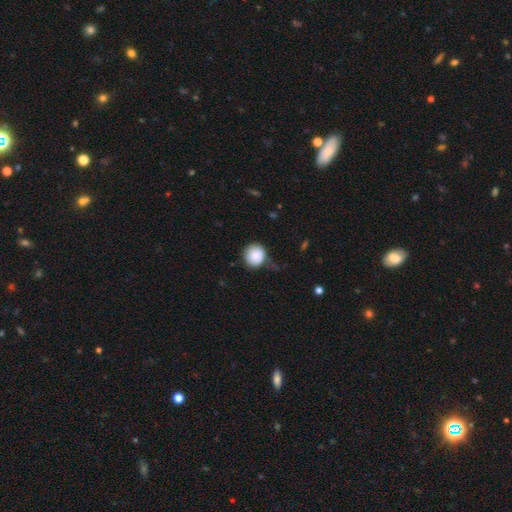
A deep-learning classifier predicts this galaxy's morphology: This appears to be a smooth galaxy with no disk features (88%) that is round (91%). Merging: none (70%).